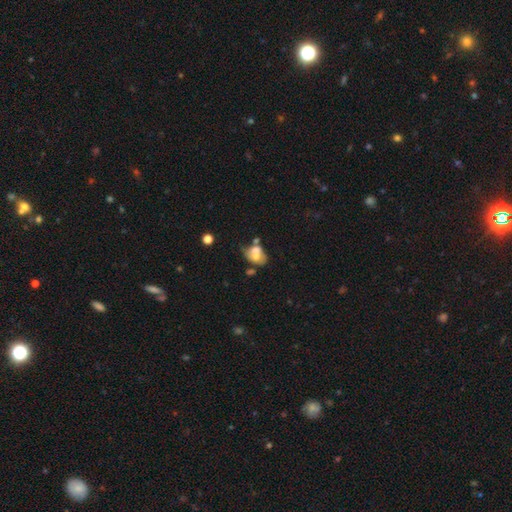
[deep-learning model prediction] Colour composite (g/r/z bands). It shows a smooth galaxy with no disk features (54%) that is in between round and cigar-shaped (70%). Merging: merger (47%).